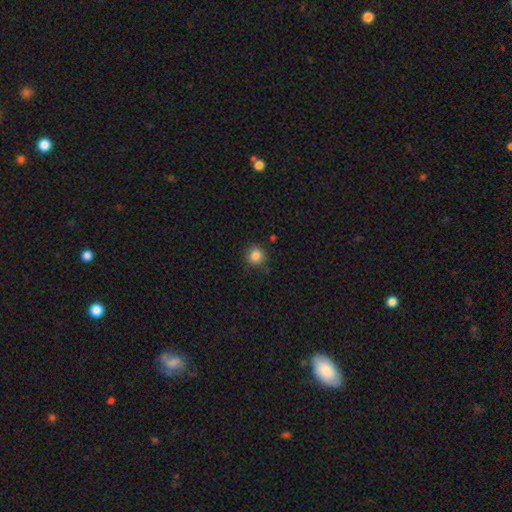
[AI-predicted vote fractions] Smooth or featured? smooth (85%)
How rounded? round (87%)
Merging? none (84%)